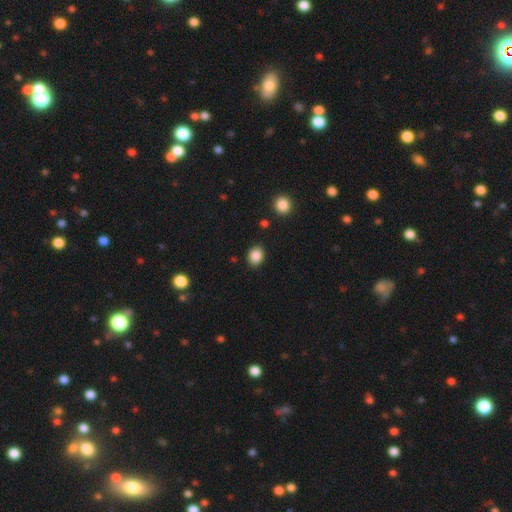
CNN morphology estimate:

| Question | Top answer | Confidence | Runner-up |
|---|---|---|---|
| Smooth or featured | smooth | 88% | star or artifact (9%) |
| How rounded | round | 54% | in between (45%) |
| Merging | none | 86% | minor disturbance (9%) |